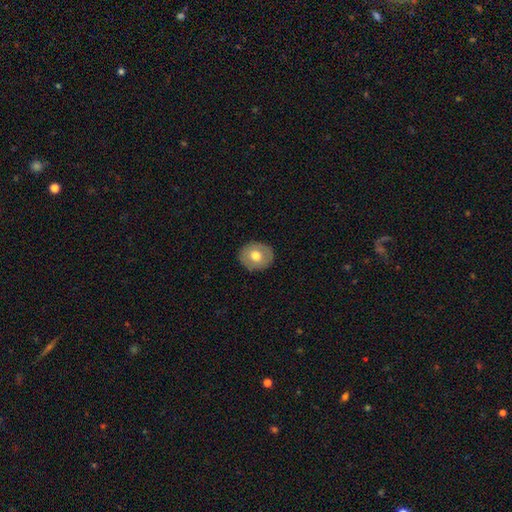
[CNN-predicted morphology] A smooth galaxy with no disk features (66%) that is round (74%). Merging: none (89%).